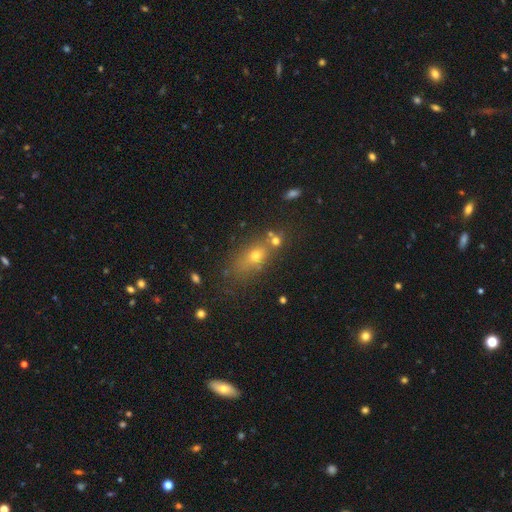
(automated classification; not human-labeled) Morphology: type=smooth (54%); roundness=in between (55%); merging=none (57%).